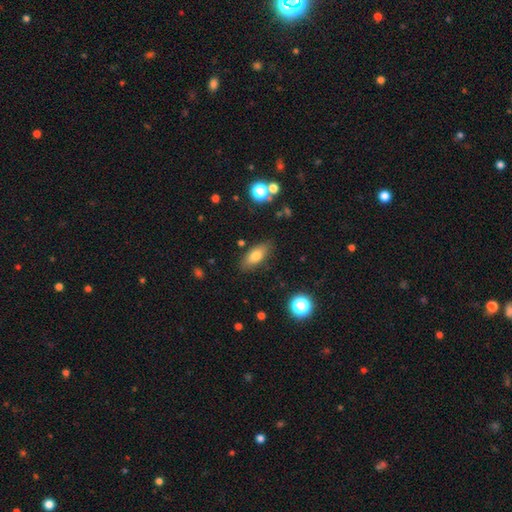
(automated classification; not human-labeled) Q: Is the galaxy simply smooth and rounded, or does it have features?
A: smooth — 75%.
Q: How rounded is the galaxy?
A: in between — 79%.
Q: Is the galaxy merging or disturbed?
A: none — 83%.